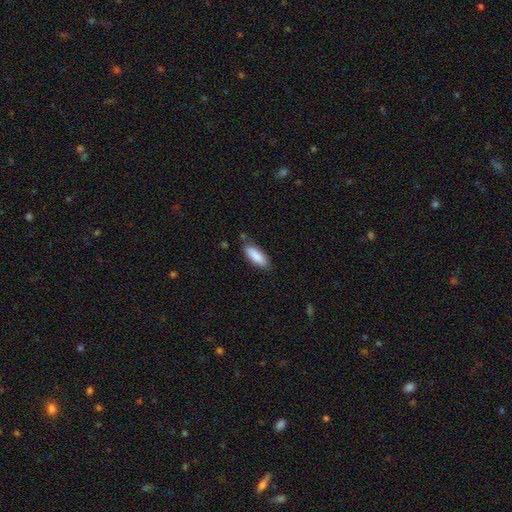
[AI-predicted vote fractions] Overall: smooth (87%). How rounded: in between (70%). Merging: none (73%).